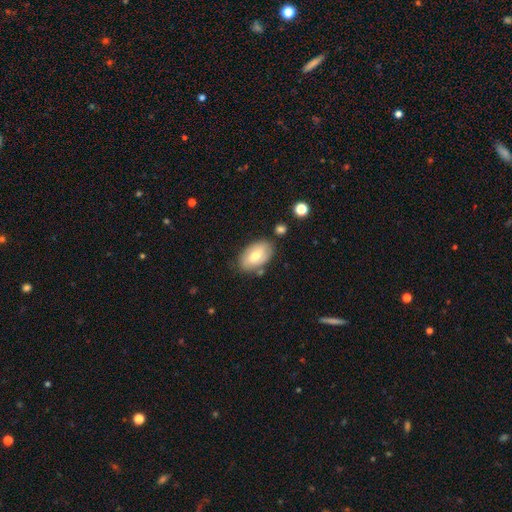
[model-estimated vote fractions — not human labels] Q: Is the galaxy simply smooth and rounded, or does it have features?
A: smooth — 61%.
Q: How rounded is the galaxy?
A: in between — 92%.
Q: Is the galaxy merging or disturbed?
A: none — 74%.